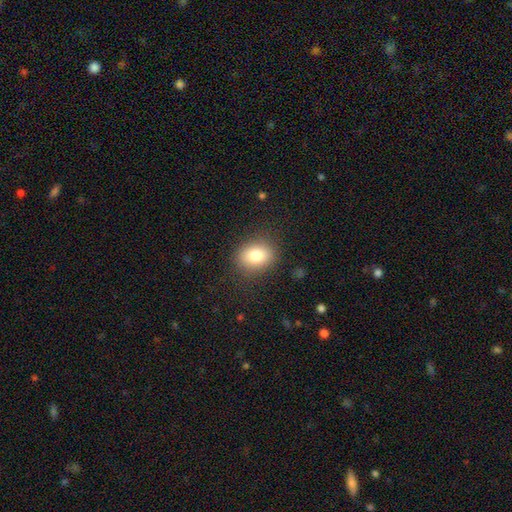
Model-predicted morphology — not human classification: This appears to be a smooth galaxy with no disk features (81%) that is in between round and cigar-shaped (54%). Merging: none (85%).